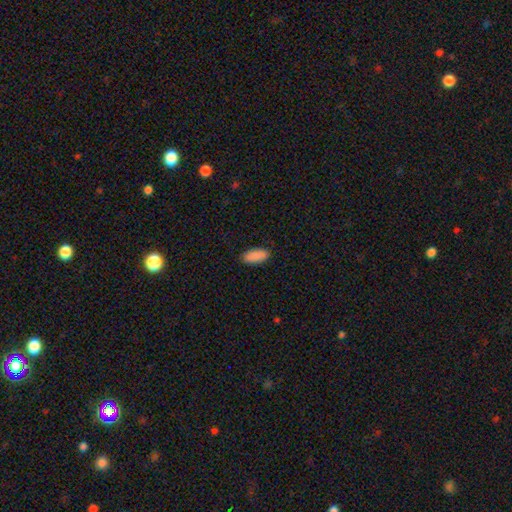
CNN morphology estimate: The model was most divided on "how rounded": in between: 88%, cigar-shaped: 10%, round: 2%. More confident: smooth or featured — smooth (90%); merging — none (89%).